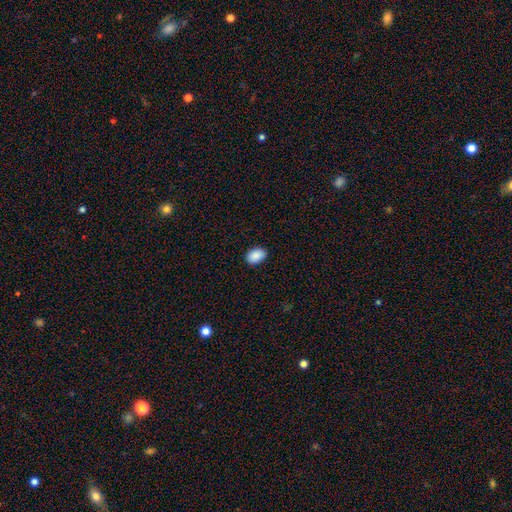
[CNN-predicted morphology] A smooth galaxy with no disk features (90%) that is in between round and cigar-shaped (86%).

Vote fractions:
- Smooth or featured? smooth: 90% / star or artifact: 7% / featured or disk: 3%
- How rounded? in between: 86% / round: 13% / cigar-shaped: 1%
- Merging? none: 89% / minor disturbance: 8% / major disturbance: 2% / merger: 1%